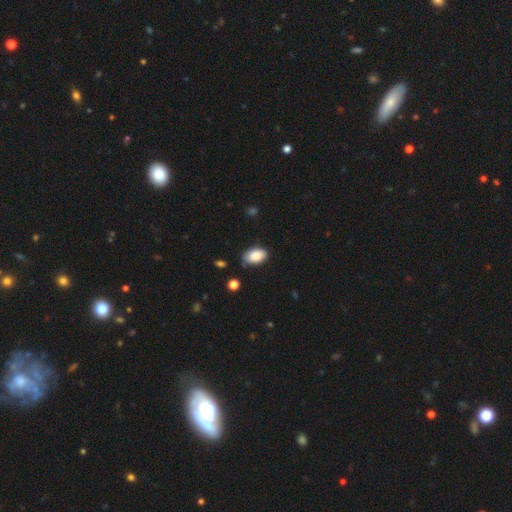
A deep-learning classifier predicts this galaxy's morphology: Smooth or featured?
  - smooth: 87% *
  - star or artifact: 7%
  - featured or disk: 6%
How rounded?
  - in between: 91% *
  - round: 7%
  - cigar-shaped: 1%
Merging?
  - none: 69% *
  - minor disturbance: 24%
  - major disturbance: 4%
  - merger: 3%